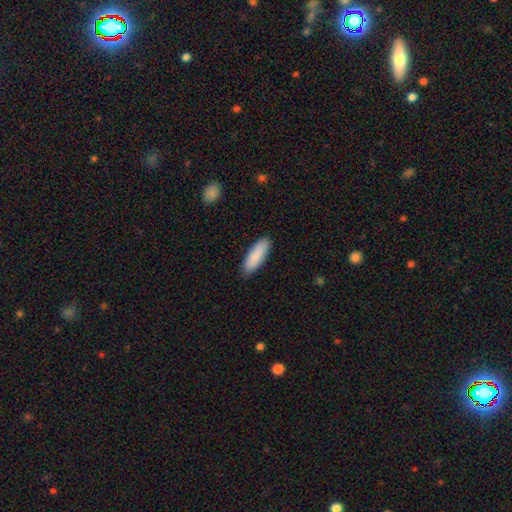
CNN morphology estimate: smooth 89%, featured or disk 6%, star or artifact 5%. Down the decision tree: how rounded — in between (54%); merging — none (88%).